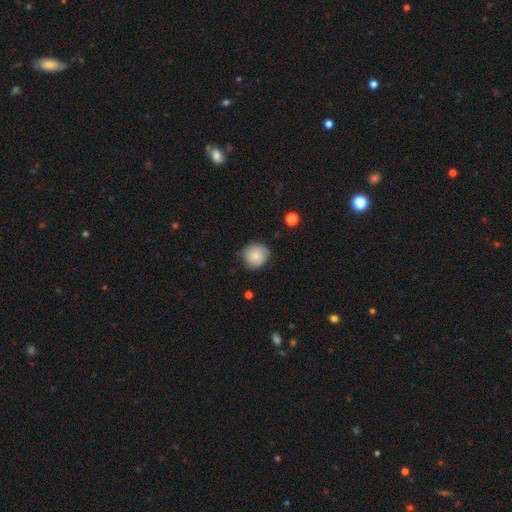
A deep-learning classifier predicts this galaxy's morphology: Smooth or featured?
  - smooth: 83% *
  - featured or disk: 10%
  - star or artifact: 8%
How rounded?
  - round: 90% *
  - in between: 9%
  - cigar-shaped: 1%
Merging?
  - none: 80% *
  - minor disturbance: 16%
  - major disturbance: 3%
  - merger: 1%